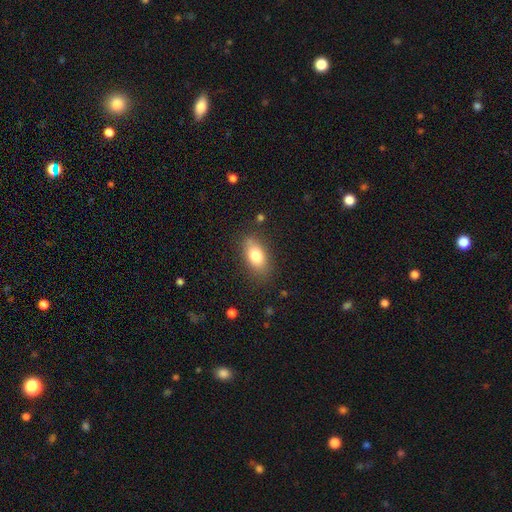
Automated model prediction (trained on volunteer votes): Q: Smooth or featured?
A: smooth (79%); runner-up: featured or disk (13%)
Q: How rounded?
A: in between (88%); runner-up: round (7%)
Q: Merging?
A: none (79%); runner-up: minor disturbance (15%)